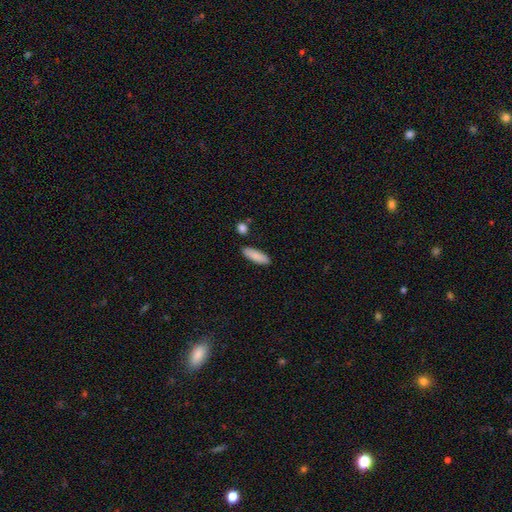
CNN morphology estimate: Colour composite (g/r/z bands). It shows a smooth galaxy with no disk features (87%) that is in between round and cigar-shaped (55%). Merging: none (85%).